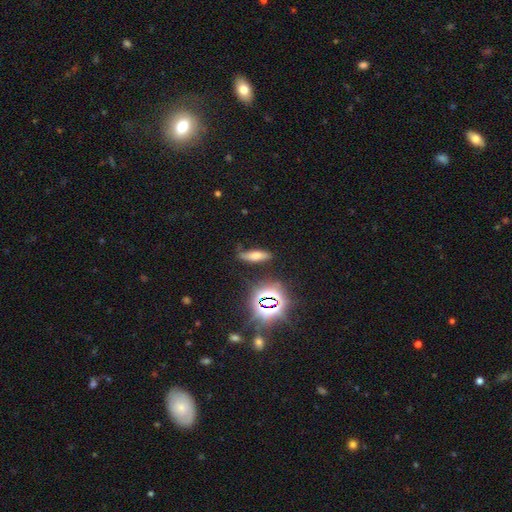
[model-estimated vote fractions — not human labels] Morphology: type=smooth (61%); roundness=cigar-shaped (50%); merging=none (73%).